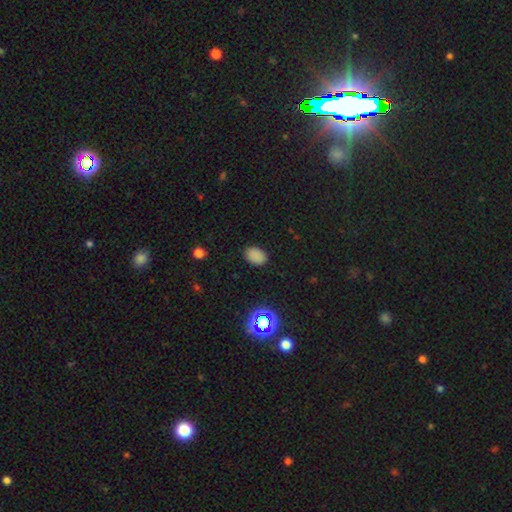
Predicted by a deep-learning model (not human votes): Q: Smooth or featured?
A: smooth (81%); runner-up: star or artifact (15%)
Q: How rounded?
A: in between (82%); runner-up: round (16%)
Q: Merging?
A: none (86%); runner-up: minor disturbance (10%)